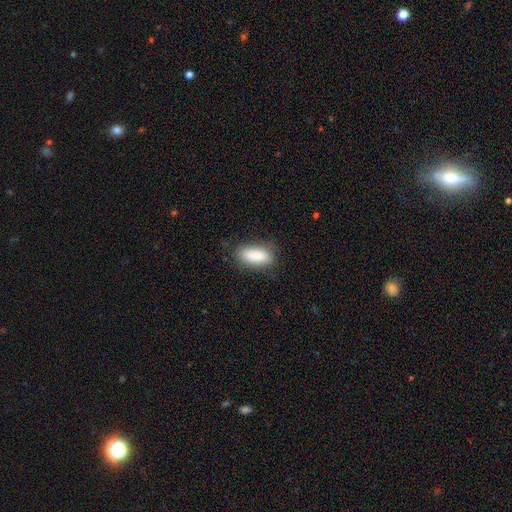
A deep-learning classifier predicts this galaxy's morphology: A smooth galaxy with no disk features (84%) that is in between round and cigar-shaped (80%). Merging: none (81%).